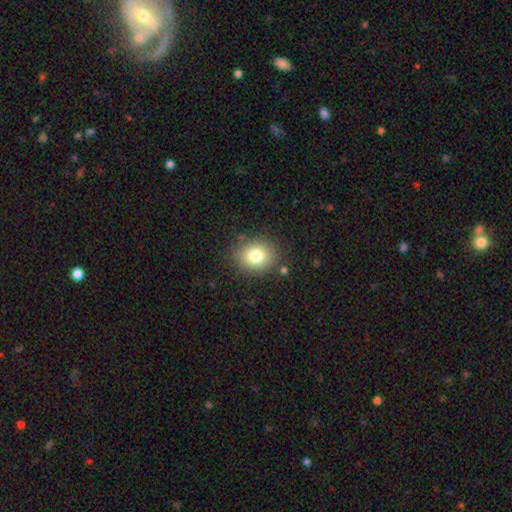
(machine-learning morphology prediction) Smooth or featured? smooth (80%)
How rounded? round (62%)
Merging? none (84%)